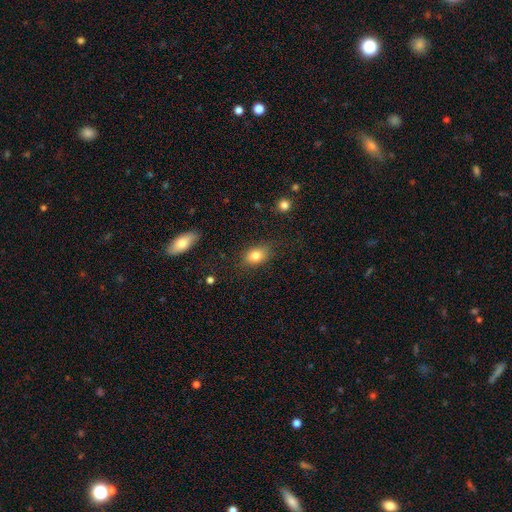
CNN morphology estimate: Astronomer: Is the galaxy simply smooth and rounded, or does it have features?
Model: smooth — 82%.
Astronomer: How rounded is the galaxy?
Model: in between — 75%.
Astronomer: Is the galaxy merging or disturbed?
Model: none — 82%.